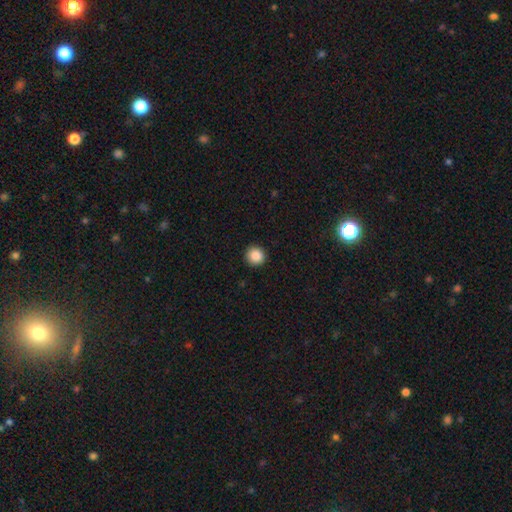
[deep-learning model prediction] smooth_or_featured: smooth (p=0.87) [alt: star or artifact p=0.09]
how_rounded: round (p=0.94) [alt: in between p=0.05]
merging: none (p=0.93) [alt: minor disturbance p=0.05]